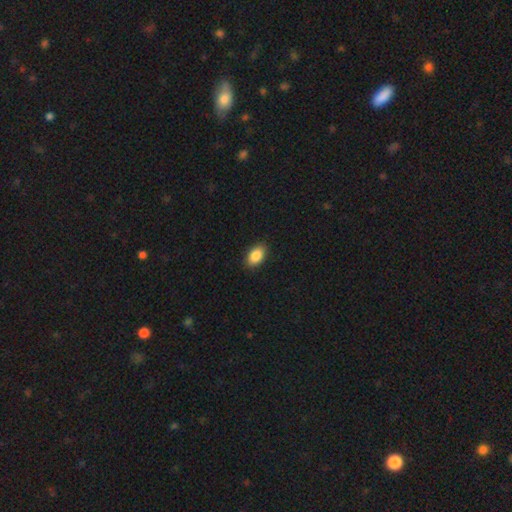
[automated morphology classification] Smooth or featured: smooth — 87% (star or artifact — 7%)
How rounded: in between — 89% (round — 9%)
Merging: none — 89% (minor disturbance — 9%)